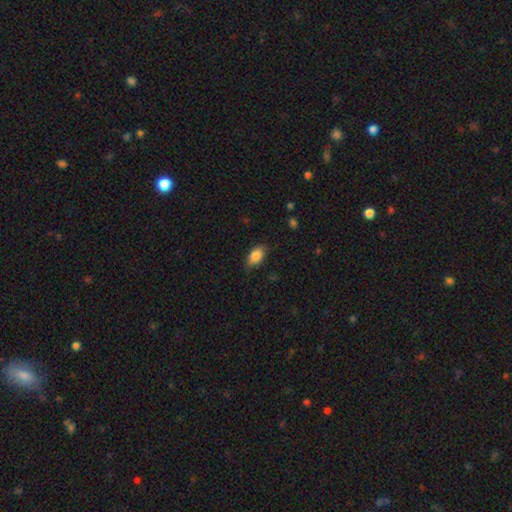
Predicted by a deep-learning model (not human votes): Morphology: type=smooth (86%); roundness=in between (90%); merging=none (78%).